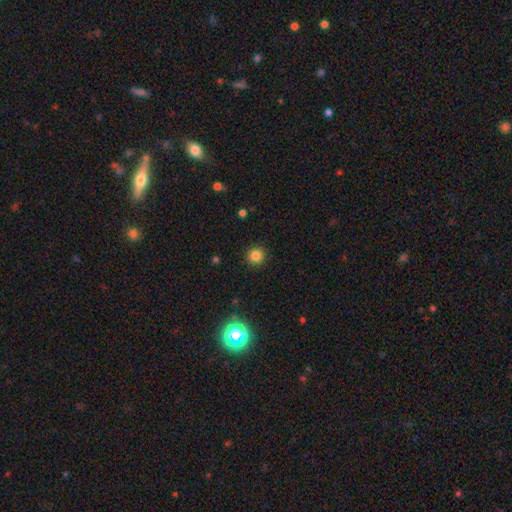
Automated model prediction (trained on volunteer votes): smooth-or-featured: smooth: 82% | star or artifact: 14% | featured or disk: 5%
  how-rounded: round: 93% | in between: 6% | cigar-shaped: 1%
  merging: none: 92% | minor disturbance: 5% | major disturbance: 2% | merger: 1%